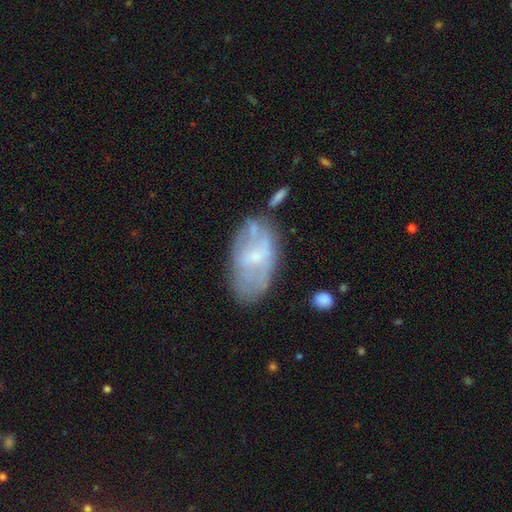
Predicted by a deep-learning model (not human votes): This is possibly a featured or disk galaxy (53%). It is clearly not viewed edge-on (93%). Merging: possibly none (55%).